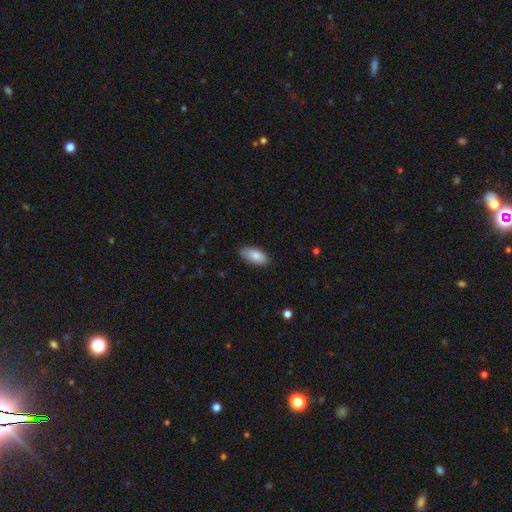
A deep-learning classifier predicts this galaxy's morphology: type=smooth (86%); roundness=in between (92%); merging=none (83%).